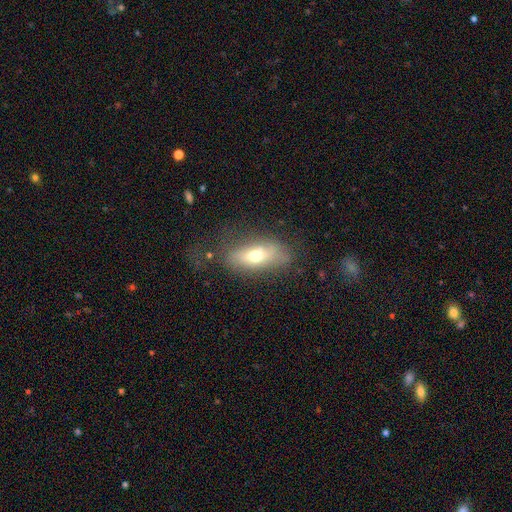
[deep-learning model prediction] Smooth or featured: smooth — 59% (featured or disk — 31%)
How rounded: in between — 79% (cigar-shaped — 13%)
Merging: none — 63% (minor disturbance — 22%)